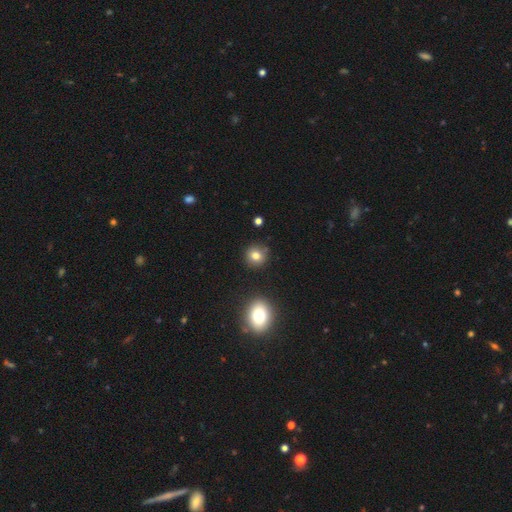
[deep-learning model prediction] A smooth galaxy with no disk features (80%) that is round (89%). Merging: none (87%).